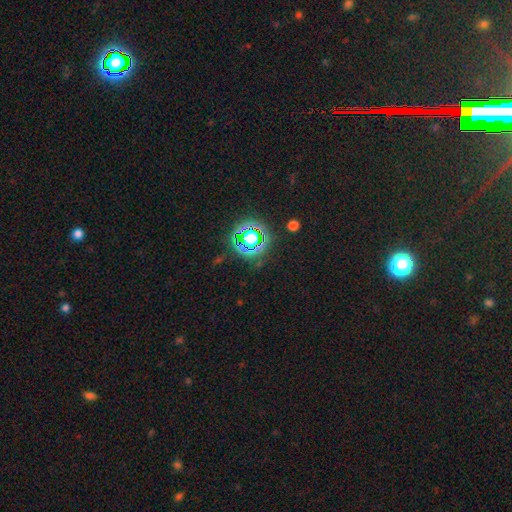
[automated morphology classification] smooth_or_featured: star or artifact (p=0.80) [alt: smooth p=0.13]